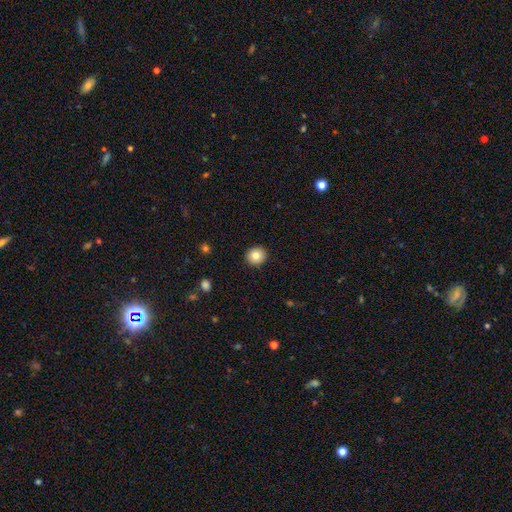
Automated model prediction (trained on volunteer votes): This is clearly a smooth galaxy (82%). How rounded: clearly round (88%). Merging: clearly none (92%).